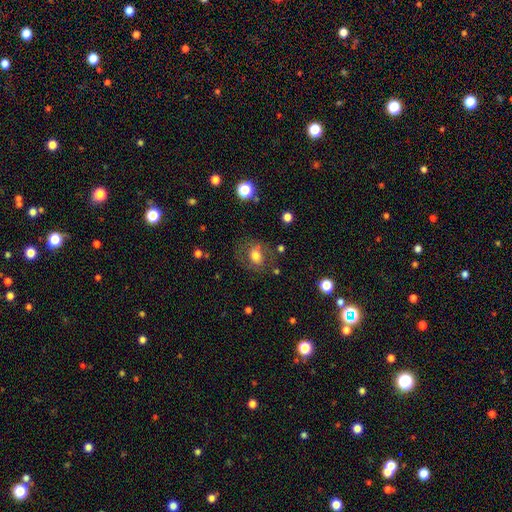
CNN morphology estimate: A smooth galaxy with no disk features (59%) that is round (53%).

Vote fractions:
- Smooth or featured? smooth: 59% / featured or disk: 30% / star or artifact: 11%
- How rounded? round: 53% / in between: 46% / cigar-shaped: 1%
- Merging? none: 70% / minor disturbance: 17% / major disturbance: 11% / merger: 3%